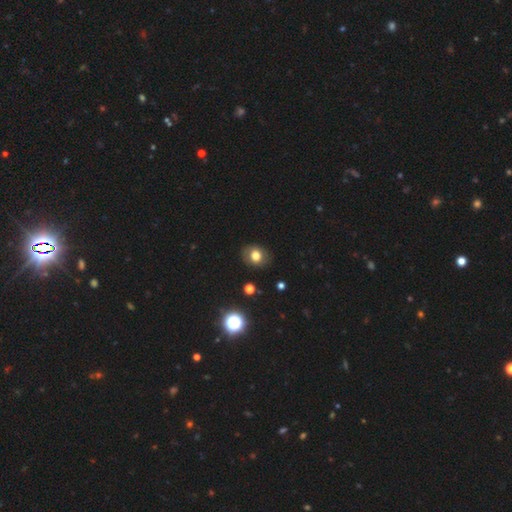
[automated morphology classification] Smooth or featured: smooth — 74% (featured or disk — 13%)
How rounded: round — 59% (in between — 40%)
Merging: none — 84% (minor disturbance — 11%)